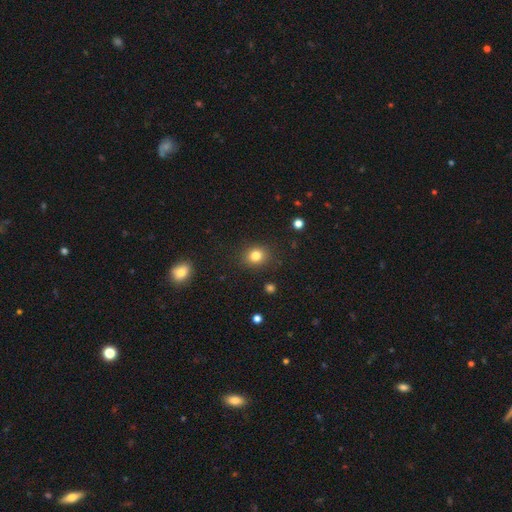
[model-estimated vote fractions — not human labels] This appears to be a smooth galaxy with no disk features (82%) that is round (75%). Merging: none (88%).